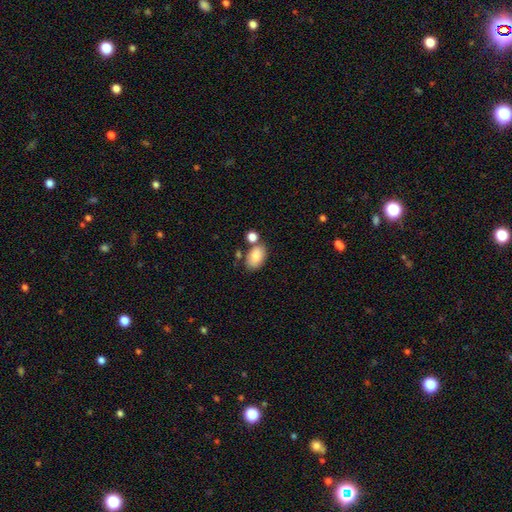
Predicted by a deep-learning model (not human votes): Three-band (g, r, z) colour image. It shows a smooth galaxy with no disk features (84%) that is in between round and cigar-shaped (91%). Merging: none (64%).